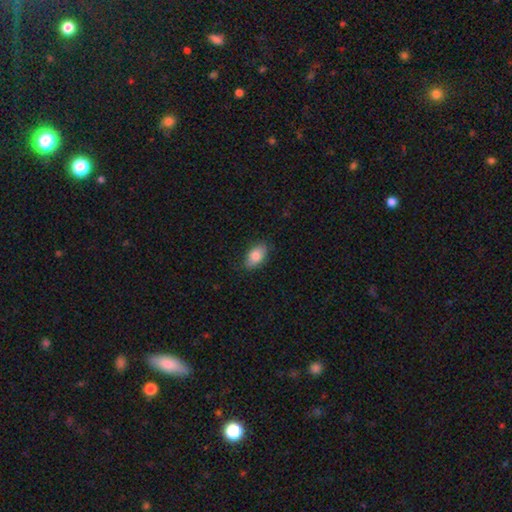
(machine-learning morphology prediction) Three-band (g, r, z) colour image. It shows a smooth galaxy with no disk features (82%) that is in between round and cigar-shaped (91%). Merging: none (83%).